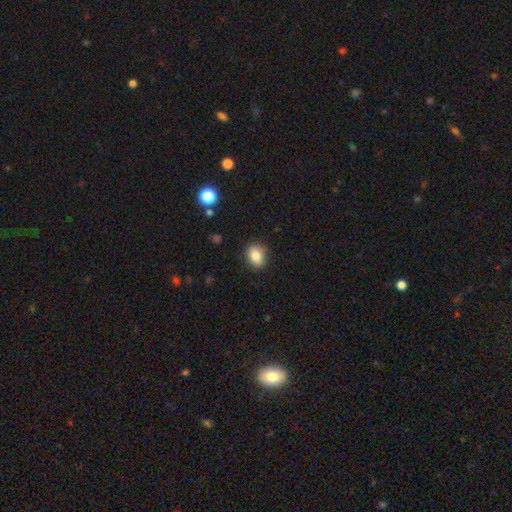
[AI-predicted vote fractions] Q: Smooth or featured?
A: smooth (84%); runner-up: star or artifact (10%)
Q: How rounded?
A: in between (55%); runner-up: round (43%)
Q: Merging?
A: none (86%); runner-up: minor disturbance (11%)